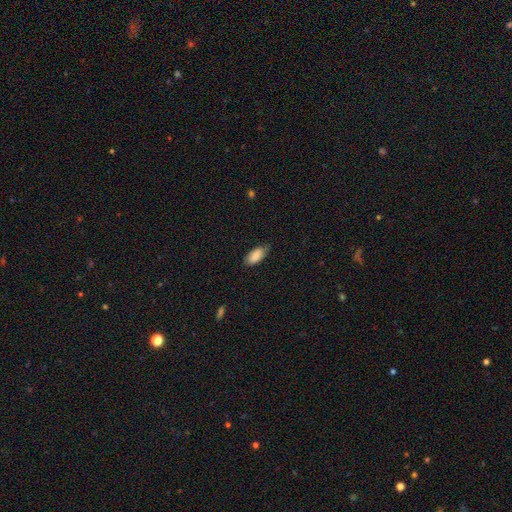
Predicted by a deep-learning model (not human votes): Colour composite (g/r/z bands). It shows a smooth galaxy with no disk features (86%) that is in between round and cigar-shaped (91%). Merging: none (69%).